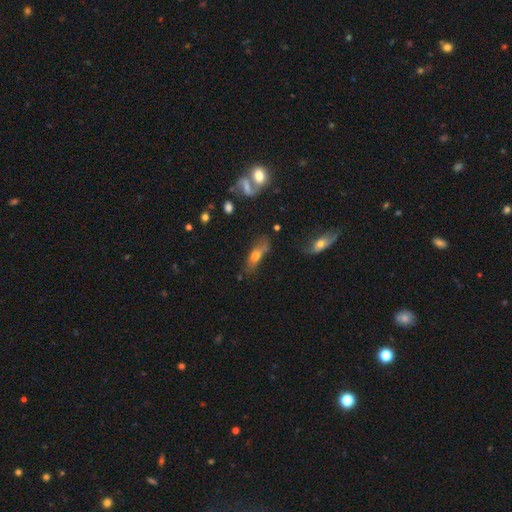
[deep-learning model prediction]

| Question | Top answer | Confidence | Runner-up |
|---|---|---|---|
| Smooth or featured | smooth | 54% | featured or disk (34%) |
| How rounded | in between | 57% | cigar-shaped (37%) |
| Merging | none | 46% | minor disturbance (26%) |